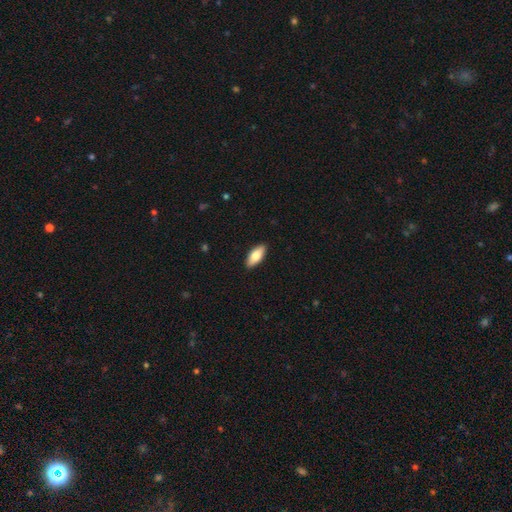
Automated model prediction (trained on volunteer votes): Smooth or featured?
  - smooth: 75% *
  - featured or disk: 19%
  - star or artifact: 6%
How rounded?
  - in between: 82% *
  - cigar-shaped: 16%
  - round: 2%
Merging?
  - none: 90% *
  - minor disturbance: 7%
  - major disturbance: 2%
  - merger: 1%